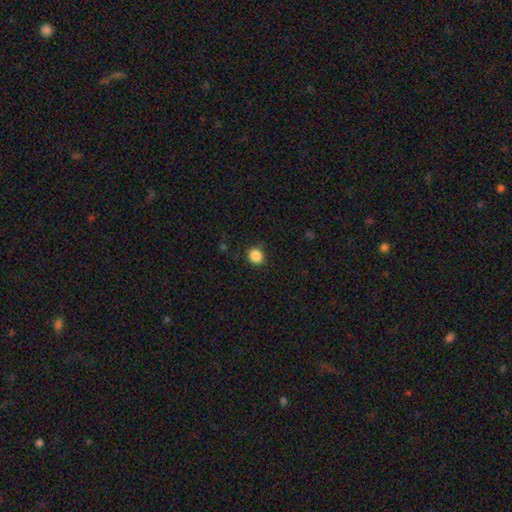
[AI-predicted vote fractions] Smooth or featured: smooth — 87% (star or artifact — 10%)
How rounded: round — 74% (in between — 25%)
Merging: none — 87% (minor disturbance — 9%)